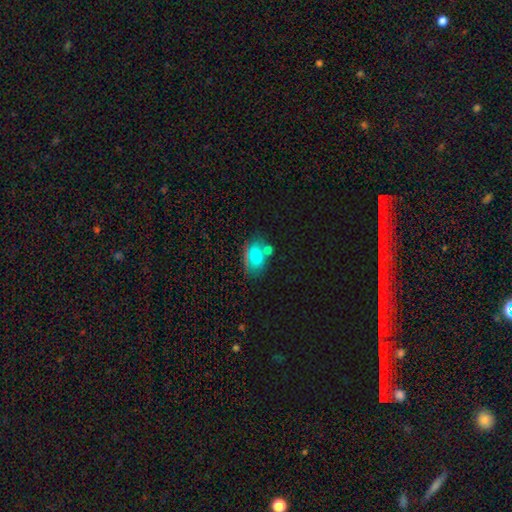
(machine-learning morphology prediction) A smooth galaxy with no disk features (65%) that is in between round and cigar-shaped (77%).

Vote fractions:
- Smooth or featured? smooth: 65% / featured or disk: 20% / star or artifact: 15%
- How rounded? in between: 77% / round: 21% / cigar-shaped: 2%
- Merging? none: 53% / minor disturbance: 19% / merger: 19% / major disturbance: 8%